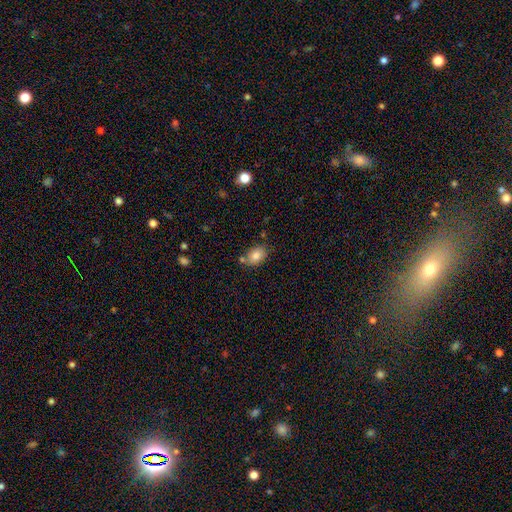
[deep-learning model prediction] This is clearly a smooth galaxy (82%). How rounded: clearly in between (81%). Merging: likely none (69%).